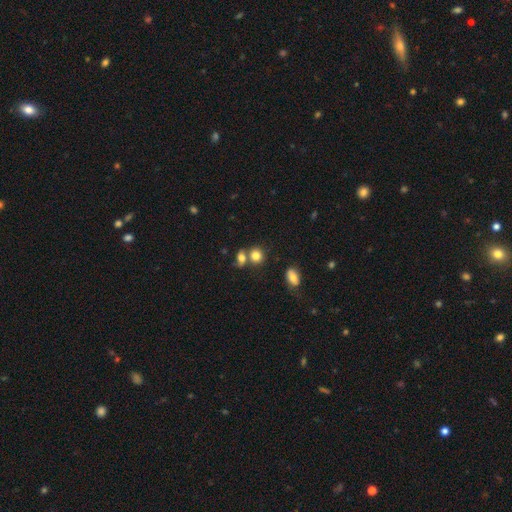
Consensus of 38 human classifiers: Overall: smooth (84%). How rounded: round (78%). Merging: none (56%; merger 31%).